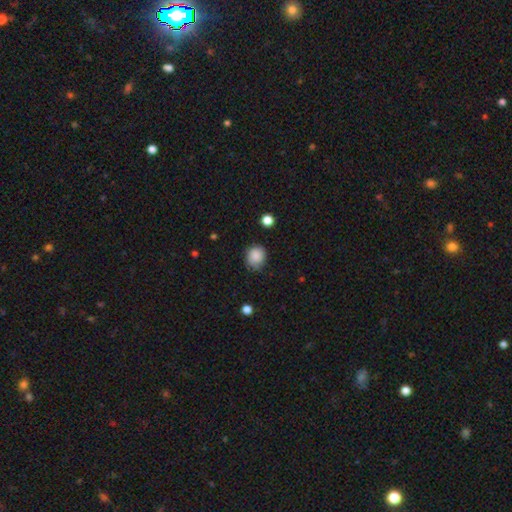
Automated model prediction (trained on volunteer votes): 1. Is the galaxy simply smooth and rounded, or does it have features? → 87% smooth, 9% star or artifact, 4% featured or disk.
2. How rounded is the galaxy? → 76% round, 23% in between, 1% cigar-shaped.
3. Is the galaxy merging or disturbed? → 75% none, 19% minor disturbance, 4% major disturbance, 2% merger.